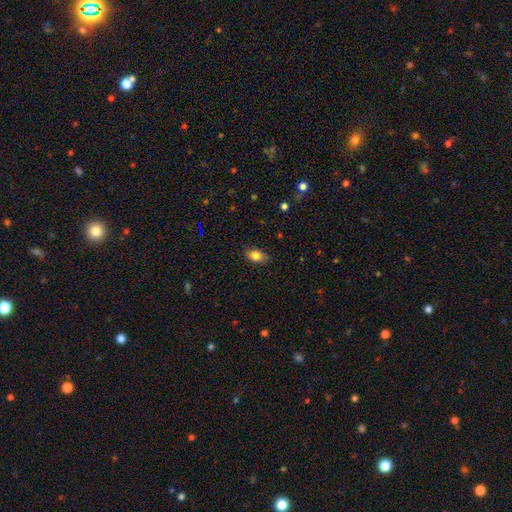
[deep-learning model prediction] The model was most divided on "how rounded": in between: 77%, round: 21%, cigar-shaped: 2%. More confident: smooth or featured — smooth (83%); merging — none (80%).